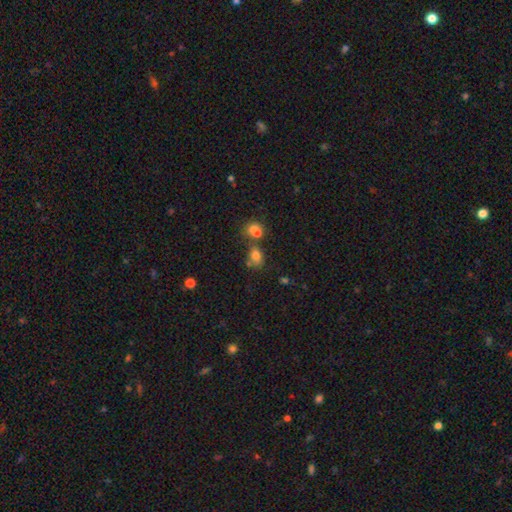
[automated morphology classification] A smooth galaxy with no disk features (75%) that is in between round and cigar-shaped (67%). Merging: none (46%).